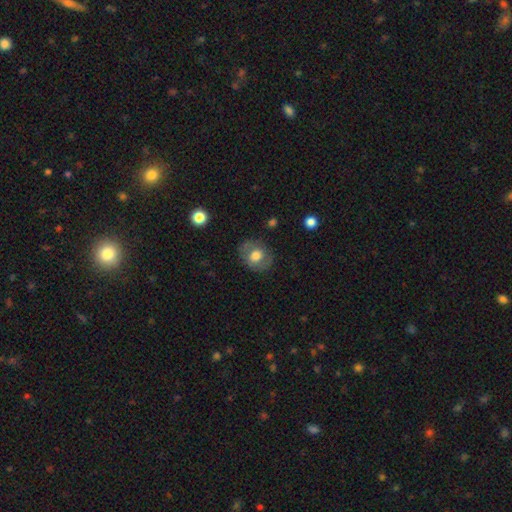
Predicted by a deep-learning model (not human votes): Smooth or featured?
  - smooth: 61% *
  - featured or disk: 31%
  - star or artifact: 8%
How rounded?
  - round: 59% *
  - in between: 40%
  - cigar-shaped: 1%
Merging?
  - none: 78% *
  - minor disturbance: 15%
  - major disturbance: 6%
  - merger: 1%